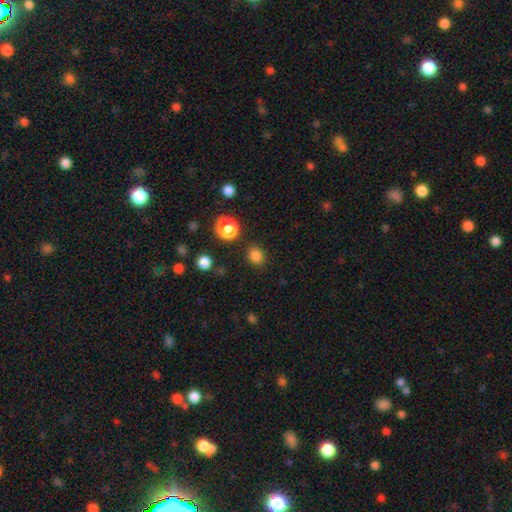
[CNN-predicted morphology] Smooth or featured: smooth — 82% (star or artifact — 15%)
How rounded: round — 73% (in between — 26%)
Merging: none — 87% (minor disturbance — 8%)